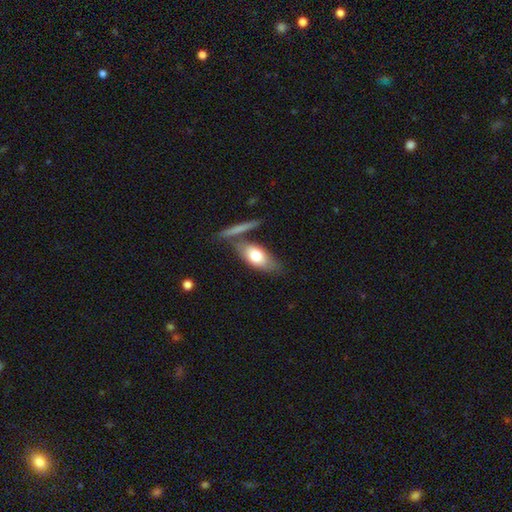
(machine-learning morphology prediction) Smooth or featured: smooth — 69% (featured or disk — 25%)
How rounded: in between — 81% (cigar-shaped — 14%)
Merging: none — 60% (merger — 18%)